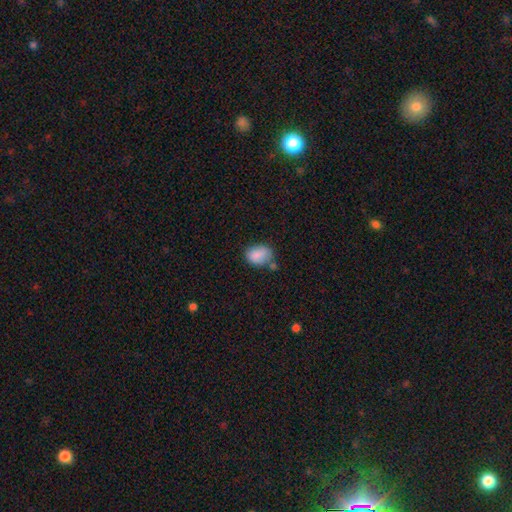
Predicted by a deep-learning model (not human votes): Smooth or featured? smooth (86%)
How rounded? in between (74%)
Merging? none (54%)